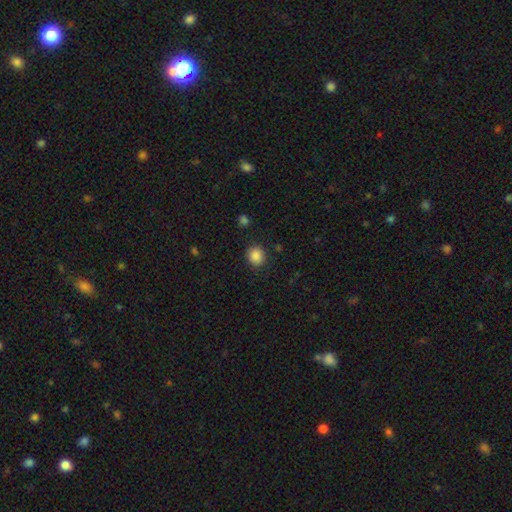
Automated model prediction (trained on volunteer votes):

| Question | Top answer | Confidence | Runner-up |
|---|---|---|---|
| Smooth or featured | smooth | 87% | star or artifact (10%) |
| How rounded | round | 82% | in between (17%) |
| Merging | none | 88% | minor disturbance (8%) |